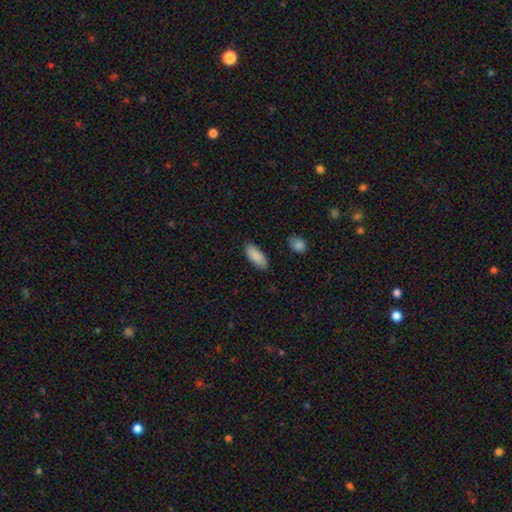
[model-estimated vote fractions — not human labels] Overall: smooth (90%). How rounded: in between (86%). Merging: none (86%).